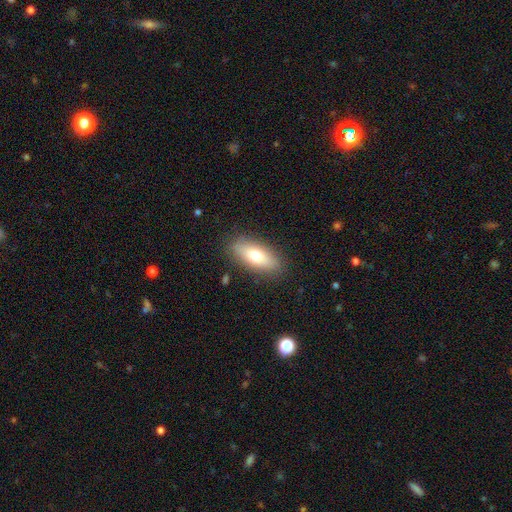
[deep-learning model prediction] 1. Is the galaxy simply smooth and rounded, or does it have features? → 70% smooth, 23% featured or disk, 7% star or artifact.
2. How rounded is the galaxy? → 77% in between, 20% cigar-shaped, 3% round.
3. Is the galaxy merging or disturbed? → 86% none, 10% minor disturbance, 3% major disturbance, 1% merger.